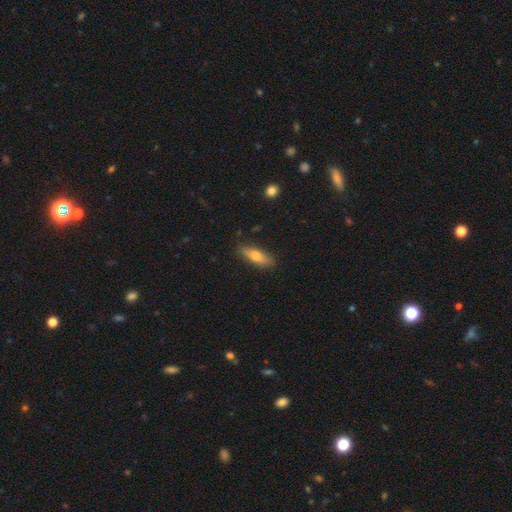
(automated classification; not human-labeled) This appears to be a smooth galaxy with no disk features (70%) that is in between round and cigar-shaped (53%). Merging: none (84%).